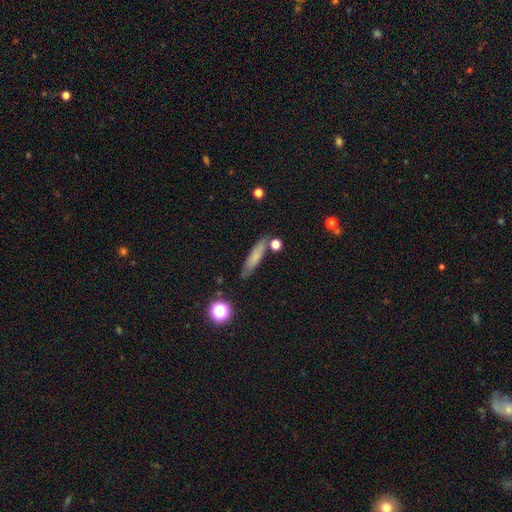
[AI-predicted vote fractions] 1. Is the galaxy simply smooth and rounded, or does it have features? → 69% smooth, 21% featured or disk, 10% star or artifact.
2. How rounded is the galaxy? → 80% cigar-shaped, 17% in between, 3% round.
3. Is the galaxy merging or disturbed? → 78% none, 13% minor disturbance, 6% merger, 3% major disturbance.